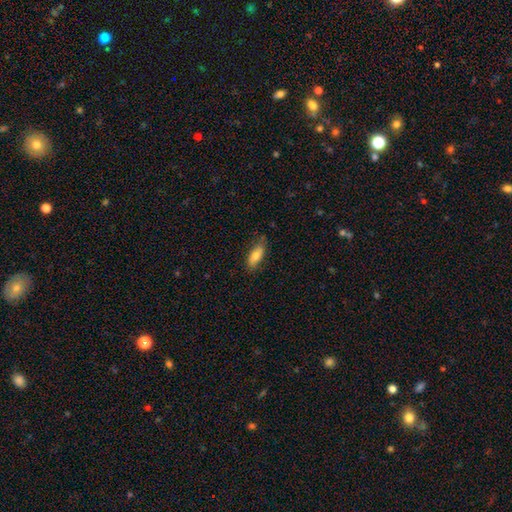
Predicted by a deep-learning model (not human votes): smooth 78%, featured or disk 16%, star or artifact 6%. Down the decision tree: how rounded — in between (76%); merging — none (73%).